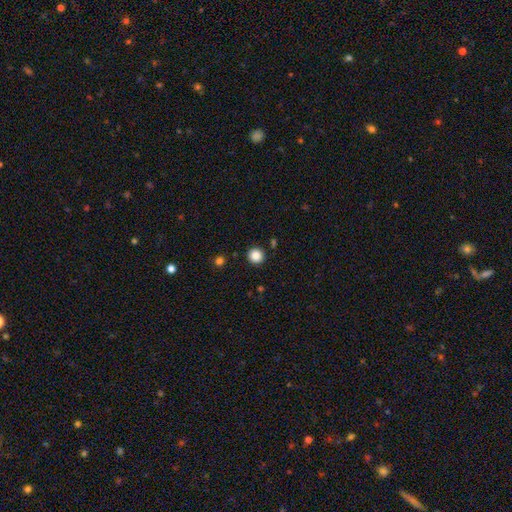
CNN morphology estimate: Overall: smooth (86%). How rounded: round (95%). Merging: none (92%).